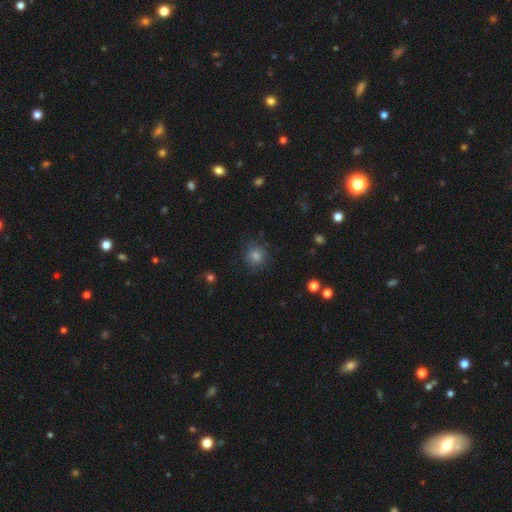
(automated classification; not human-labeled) This is likely a smooth galaxy (66%). How rounded: clearly round (91%). Merging: clearly none (84%).